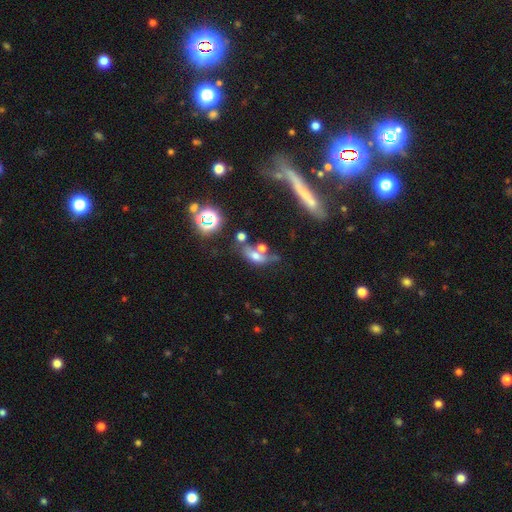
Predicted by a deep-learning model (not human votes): A smooth galaxy with no disk features (55%) that is in between round and cigar-shaped (71%).

Vote fractions:
- Smooth or featured? smooth: 55% / featured or disk: 25% / star or artifact: 20%
- How rounded? in between: 71% / cigar-shaped: 15% / round: 14%
- Merging? merger: 38% / none: 33% / minor disturbance: 16% / major disturbance: 13%